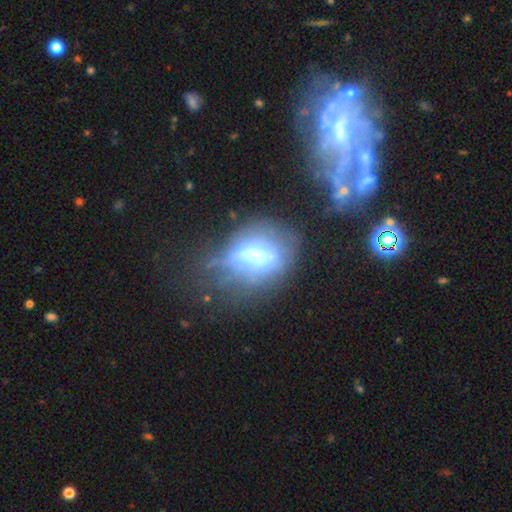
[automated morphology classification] Smooth or featured? featured or disk (49%)
Merging? major disturbance (36%)